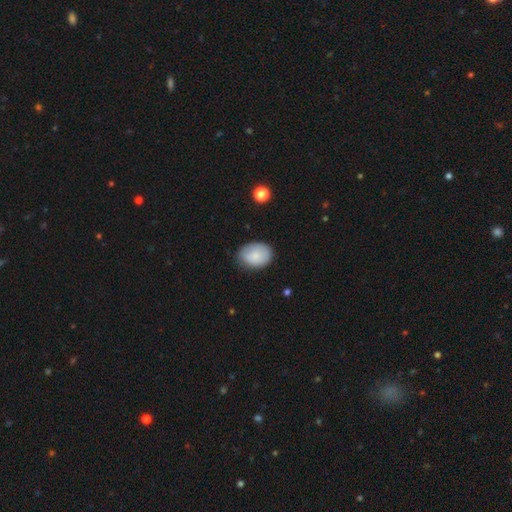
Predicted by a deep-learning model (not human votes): A smooth galaxy with no disk features (81%) that is in between round and cigar-shaped (66%). Merging: none (71%).